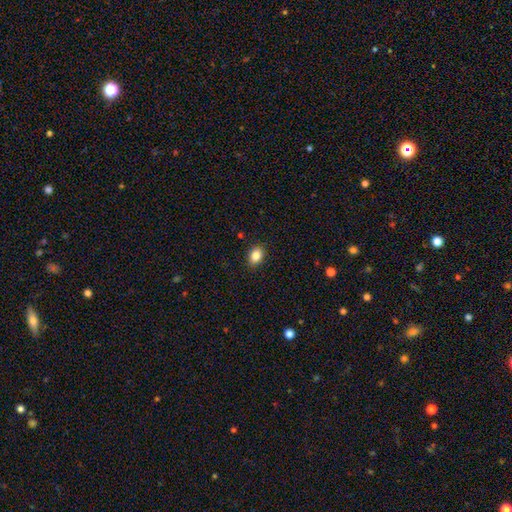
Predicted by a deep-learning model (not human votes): Overall: smooth (86%). How rounded: in between (75%). Merging: none (88%).